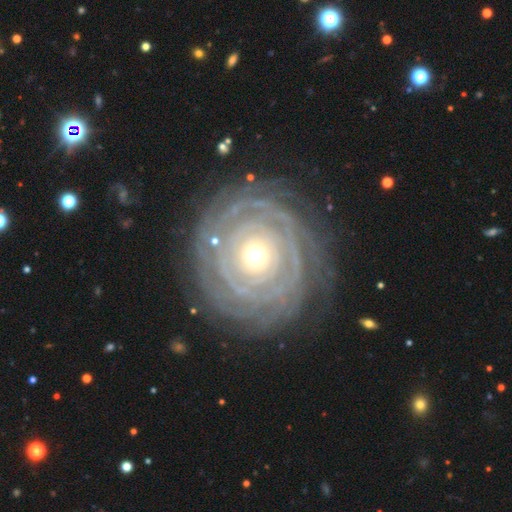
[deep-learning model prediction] Q: Smooth or featured?
A: featured or disk (85%); runner-up: smooth (10%)
Q: Edge-on disk?
A: no (97%); runner-up: yes (3%)
Q: Bar?
A: no (86%); runner-up: weak (8%)
Q: Spiral arms?
A: yes (91%); runner-up: no (9%)
Q: Spiral winding?
A: tight (90%); runner-up: medium (7%)
Q: Spiral arm count?
A: can't tell (36%); runner-up: more than 4 (17%)
Q: Bulge size?
A: small (61%); runner-up: moderate (35%)
Q: Merging?
A: none (82%); runner-up: minor disturbance (12%)